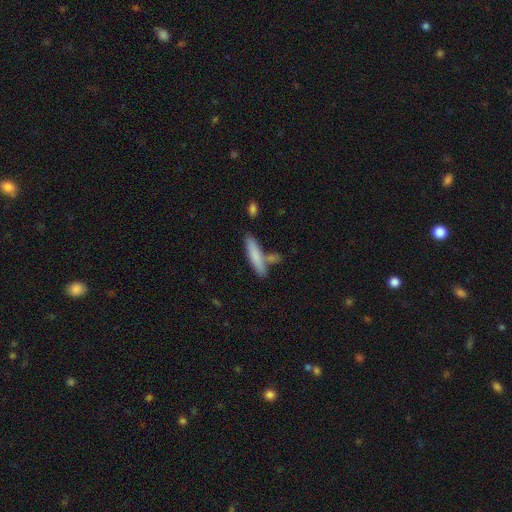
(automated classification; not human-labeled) This appears to be a smooth galaxy with no disk features (77%) that is cigar-shaped (83%). Merging: none (67%).